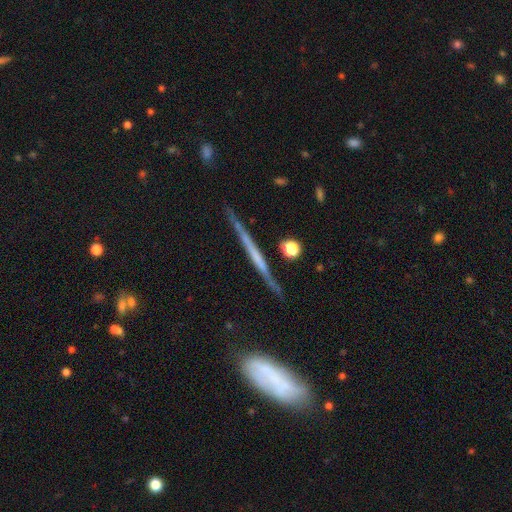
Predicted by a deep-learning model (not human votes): This appears to be a featured or disk galaxy (70%) viewed edge-on (95%) with no central bulge (71%). Merging: none (76%).